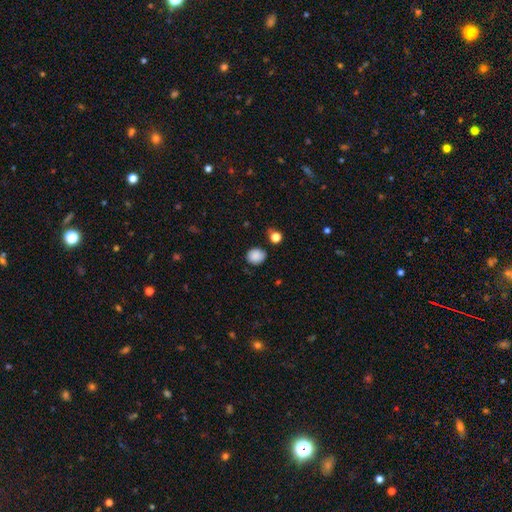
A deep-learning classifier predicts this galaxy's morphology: smooth-or-featured: smooth: 87% | star or artifact: 10% | featured or disk: 4%
  how-rounded: round: 72% | in between: 27% | cigar-shaped: 1%
  merging: none: 79% | minor disturbance: 14% | major disturbance: 3% | merger: 3%